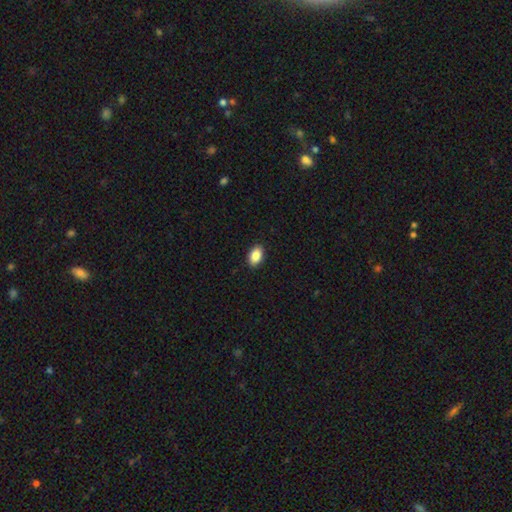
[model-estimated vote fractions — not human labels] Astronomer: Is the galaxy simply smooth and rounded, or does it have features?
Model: smooth — 88%.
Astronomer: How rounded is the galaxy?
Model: in between — 91%.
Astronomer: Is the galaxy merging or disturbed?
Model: none — 90%.